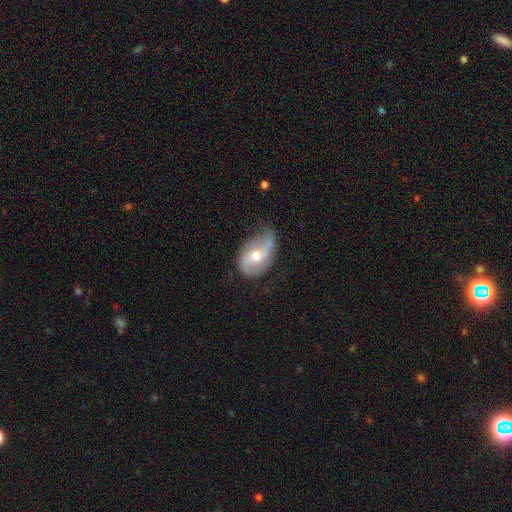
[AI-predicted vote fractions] Smooth or featured? Predicted: featured or disk (p=0.68). Edge-on disk? Predicted: no (p=0.95). Bar? Predicted: no (p=0.45). Spiral arms? Predicted: yes (p=0.87). Spiral winding? Predicted: loose (p=0.59). Spiral arm count? Predicted: 2 (p=0.79). Bulge size? Predicted: moderate (p=0.67). Merging? Predicted: none (p=0.45).